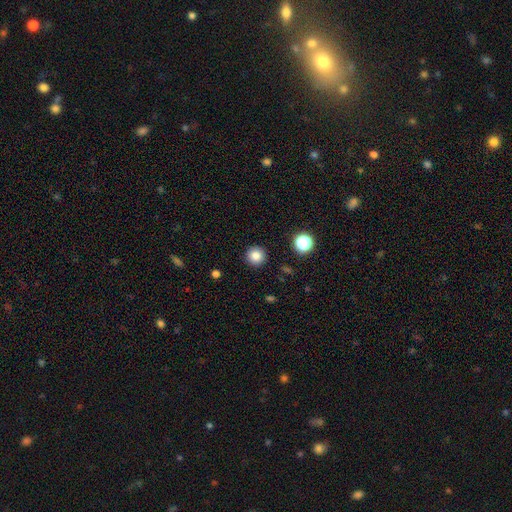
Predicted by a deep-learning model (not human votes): A smooth galaxy with no disk features (83%) that is round (95%). Merging: none (92%).